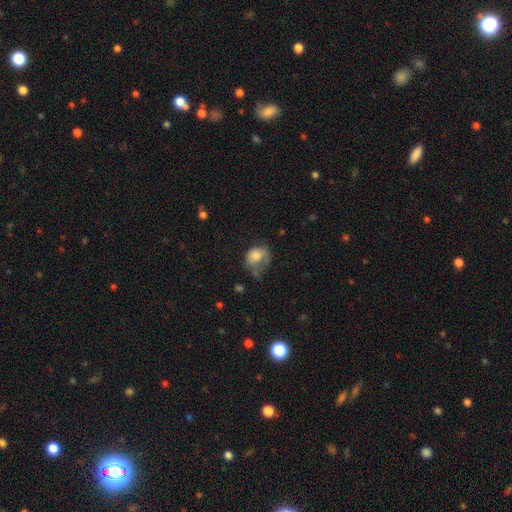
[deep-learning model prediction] This is likely a smooth galaxy (72%). How rounded: possibly round (50%). Merging: marginally major disturbance (35%).